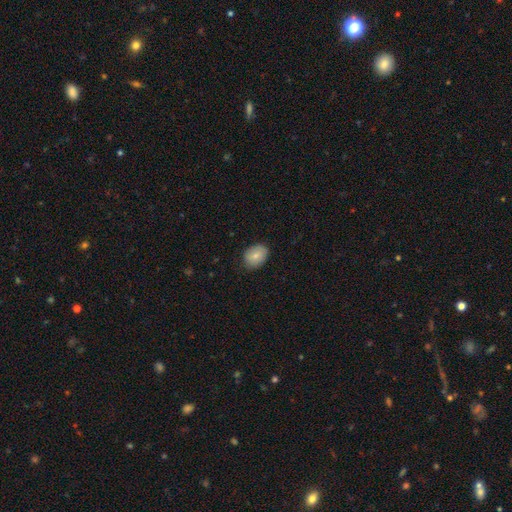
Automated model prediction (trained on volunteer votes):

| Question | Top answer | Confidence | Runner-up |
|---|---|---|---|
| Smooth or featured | smooth | 79% | featured or disk (14%) |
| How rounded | in between | 72% | round (27%) |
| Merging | none | 80% | minor disturbance (16%) |